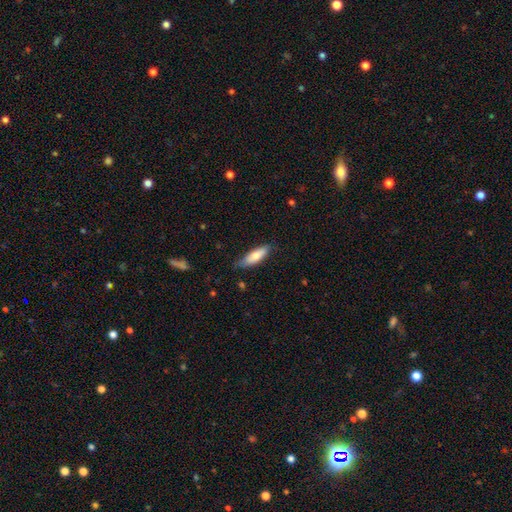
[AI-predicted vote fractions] Overall: smooth (78%). How rounded: in between (53%; cigar-shaped 46%). Merging: none (74%).